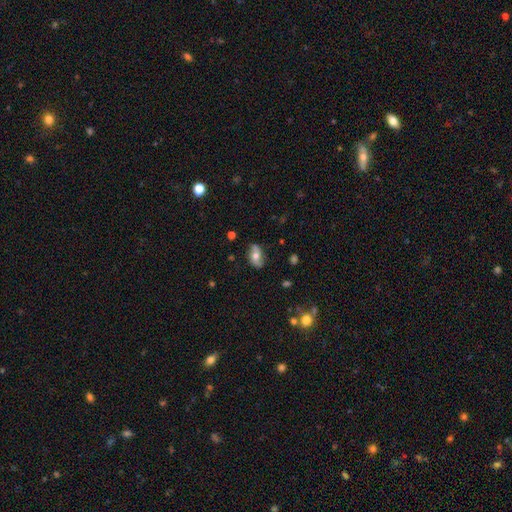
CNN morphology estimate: Smooth or featured? smooth (48%)
Merging? none (76%)